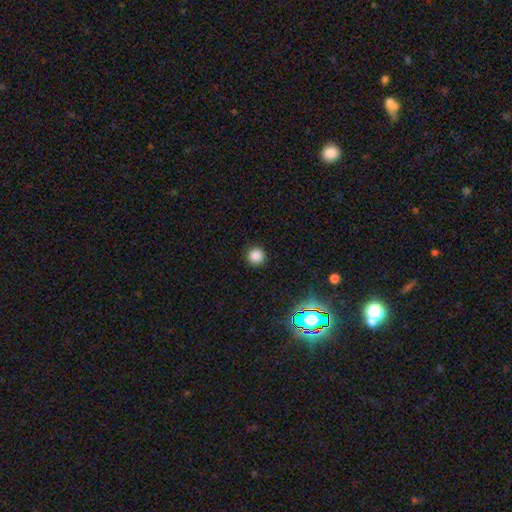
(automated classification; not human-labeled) Smooth or featured? smooth (84%)
How rounded? round (95%)
Merging? none (91%)